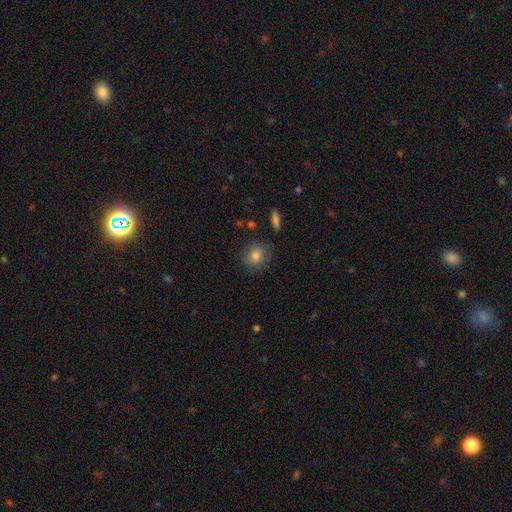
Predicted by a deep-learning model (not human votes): Smooth or featured? smooth (80%)
How rounded? round (79%)
Merging? none (81%)